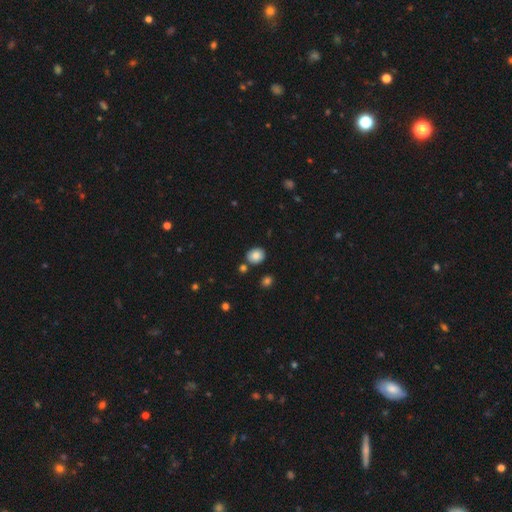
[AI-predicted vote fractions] This is clearly a smooth galaxy (84%). How rounded: likely round (66%). Merging: clearly none (80%).